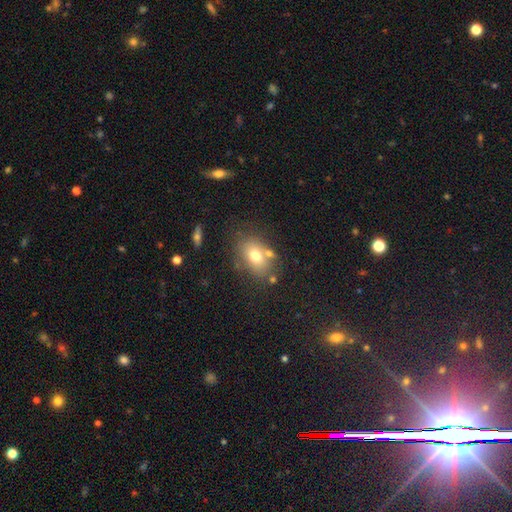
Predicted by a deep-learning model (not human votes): Overall: smooth (72%). How rounded: in between (74%). Merging: none (67%).